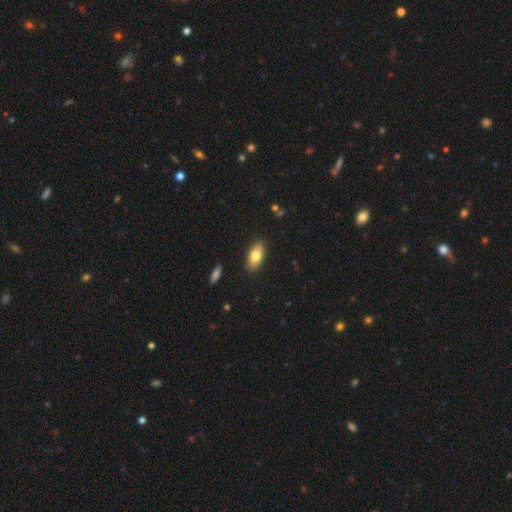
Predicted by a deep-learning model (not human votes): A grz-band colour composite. It shows a smooth galaxy with no disk features (76%) that is in between round and cigar-shaped (89%). Merging: none (88%).